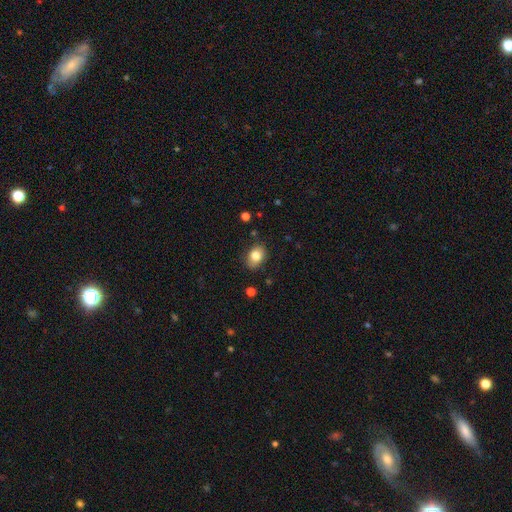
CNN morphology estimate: smooth-or-featured: smooth: 81% | featured or disk: 10% | star or artifact: 9%
  how-rounded: in between: 71% | round: 28% | cigar-shaped: 1%
  merging: none: 81% | minor disturbance: 14% | major disturbance: 3% | merger: 2%